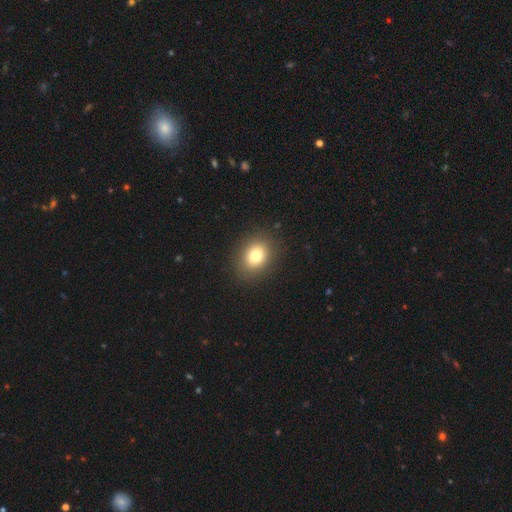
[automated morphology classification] Smooth or featured: smooth — 78% (star or artifact — 12%)
How rounded: round — 53% (in between — 46%)
Merging: none — 88% (minor disturbance — 8%)